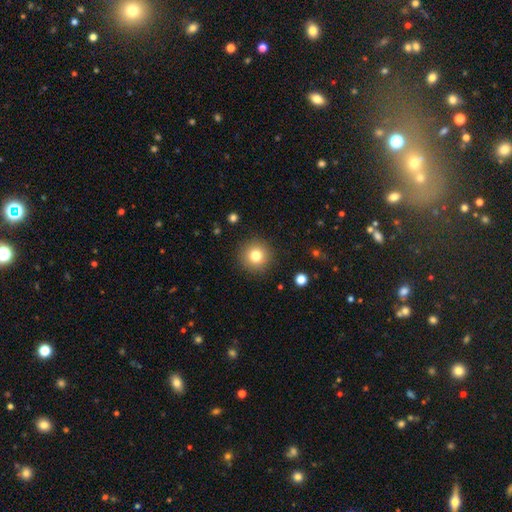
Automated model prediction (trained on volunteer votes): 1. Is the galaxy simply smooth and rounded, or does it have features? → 79% smooth, 12% star or artifact, 9% featured or disk.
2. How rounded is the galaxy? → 95% round, 4% in between, 1% cigar-shaped.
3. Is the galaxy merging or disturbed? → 91% none, 6% minor disturbance, 2% major disturbance, 1% merger.